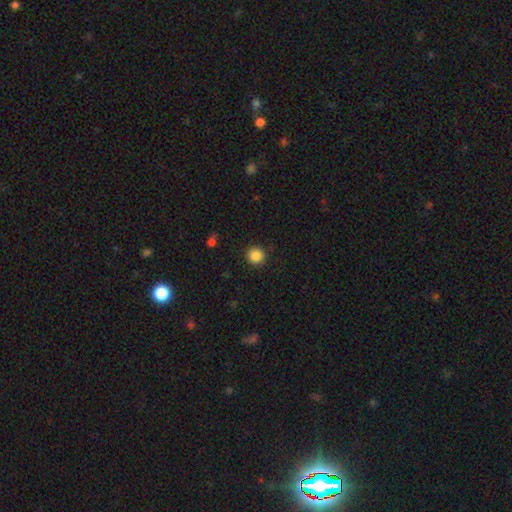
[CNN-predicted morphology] type=smooth (86%); roundness=round (94%); merging=none (91%).